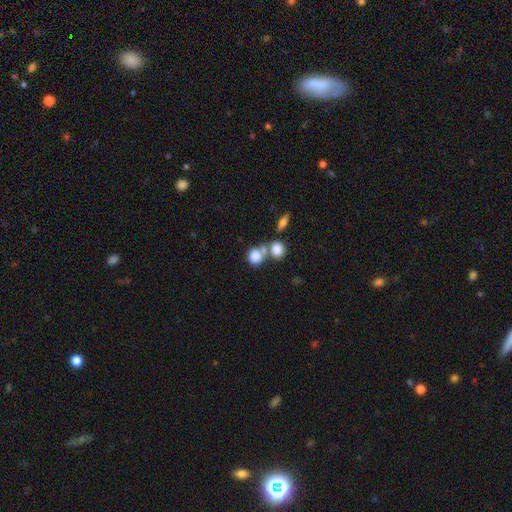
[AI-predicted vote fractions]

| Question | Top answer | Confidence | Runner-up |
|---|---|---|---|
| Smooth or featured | smooth | 80% | star or artifact (10%) |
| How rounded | round | 70% | in between (28%) |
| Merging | merger | 47% | none (39%) |